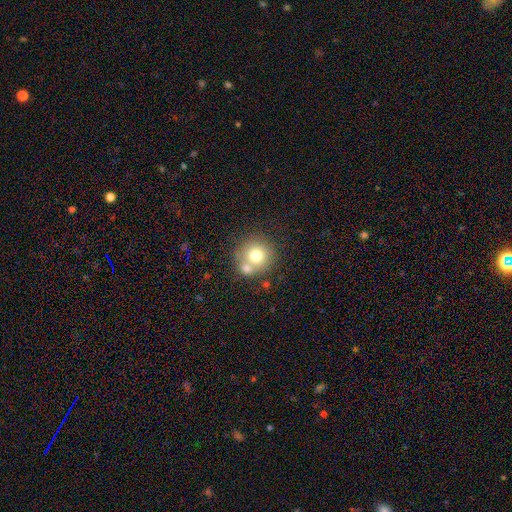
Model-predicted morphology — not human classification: Smooth or featured? Predicted: smooth (p=0.72). How rounded? Predicted: round (p=0.91). Merging? Predicted: none (p=0.56).